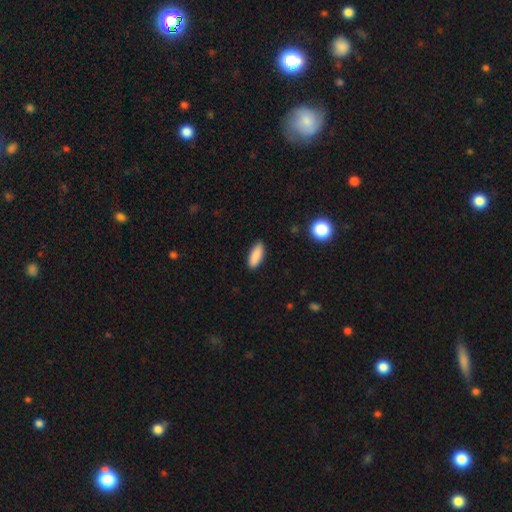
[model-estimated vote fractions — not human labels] Smooth or featured?
  - smooth: 89% *
  - star or artifact: 7%
  - featured or disk: 4%
How rounded?
  - in between: 76% *
  - cigar-shaped: 22%
  - round: 2%
Merging?
  - none: 87% *
  - minor disturbance: 9%
  - major disturbance: 2%
  - merger: 1%